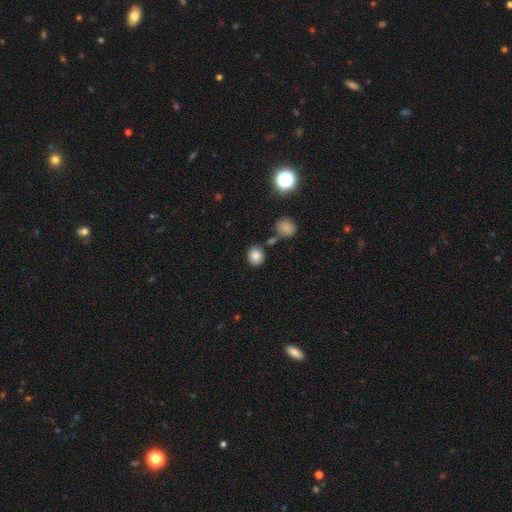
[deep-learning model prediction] smooth-or-featured: smooth: 83% | star or artifact: 11% | featured or disk: 6%
  how-rounded: round: 82% | in between: 17% | cigar-shaped: 1%
  merging: none: 77% | minor disturbance: 10% | merger: 10% | major disturbance: 3%